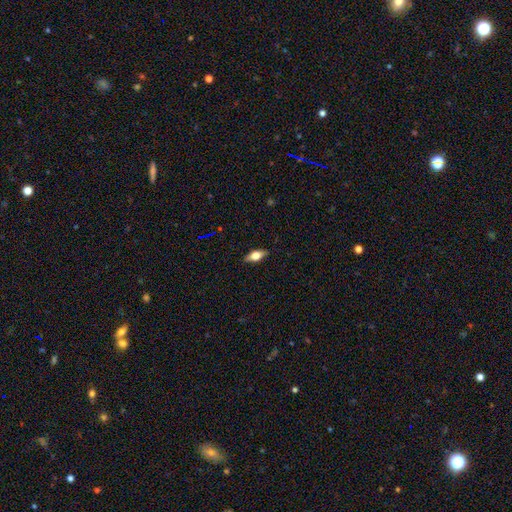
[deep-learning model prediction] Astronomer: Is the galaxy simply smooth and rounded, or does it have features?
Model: smooth — 54% (runner-up: featured or disk, 38%).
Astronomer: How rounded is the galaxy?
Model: in between — 77%.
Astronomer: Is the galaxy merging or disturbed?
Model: none — 87%.